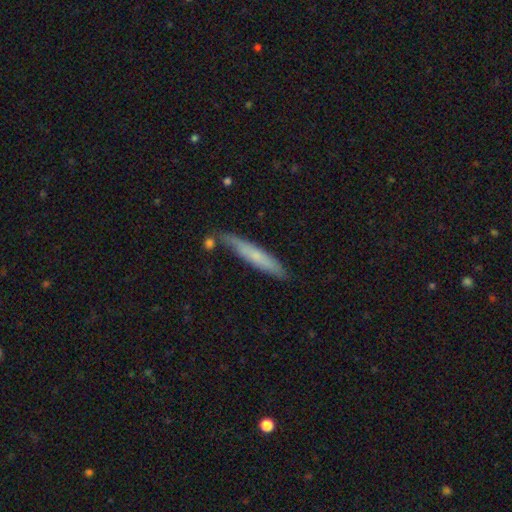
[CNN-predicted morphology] Q: Smooth or featured?
A: smooth (58%); runner-up: featured or disk (36%)
Q: How rounded?
A: cigar-shaped (93%); runner-up: in between (6%)
Q: Merging?
A: none (74%); runner-up: minor disturbance (17%)